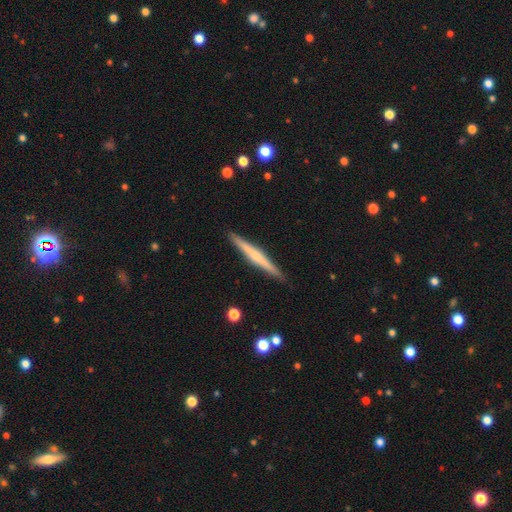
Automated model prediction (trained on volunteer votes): This is possibly a featured or disk galaxy (51%). It is clearly viewed edge-on (98%). Edge-on bulge: possibly none (57%). Merging: clearly none (91%).